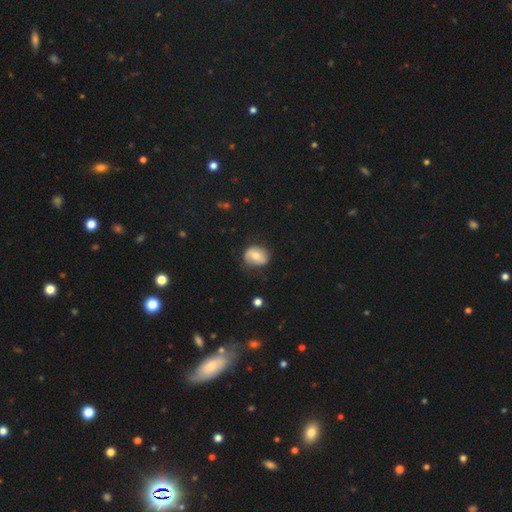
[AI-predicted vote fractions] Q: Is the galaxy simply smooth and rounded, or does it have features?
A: smooth — 60%.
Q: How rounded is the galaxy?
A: round — 50%.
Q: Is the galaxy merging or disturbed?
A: none — 66%.